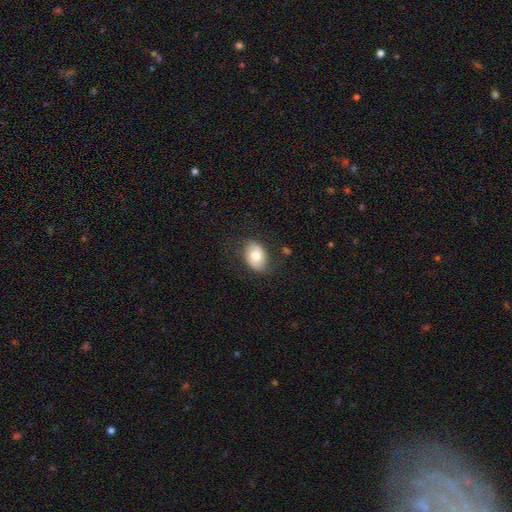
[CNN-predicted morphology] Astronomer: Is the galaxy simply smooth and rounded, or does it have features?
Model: smooth — 76%.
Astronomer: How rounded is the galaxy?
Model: in between — 81%.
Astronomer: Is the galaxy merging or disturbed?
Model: none — 79%.